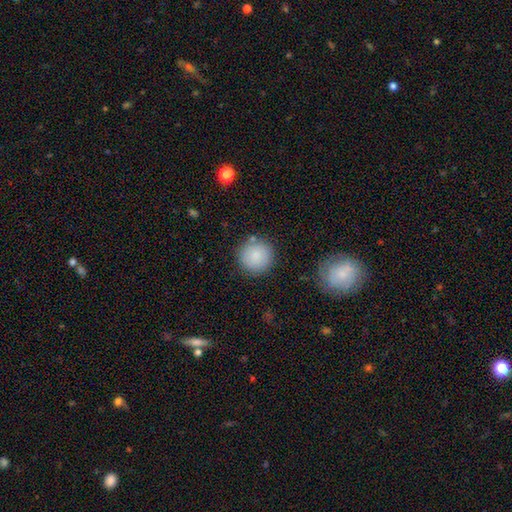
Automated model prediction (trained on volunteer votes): This appears to be a smooth galaxy with no disk features (86%) that is round (95%). Merging: none (85%).